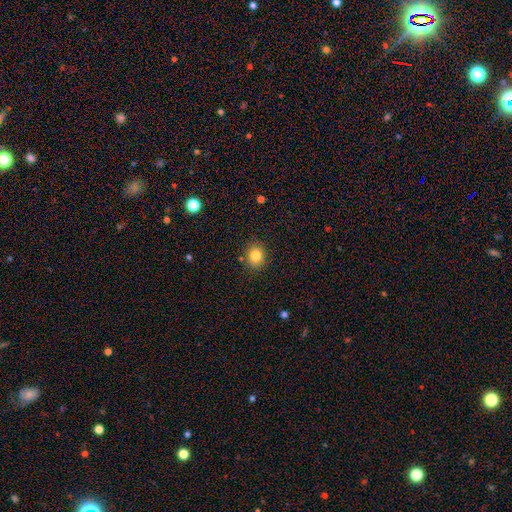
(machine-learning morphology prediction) smooth_or_featured: smooth (p=0.82) [alt: star or artifact p=0.11]
how_rounded: round (p=0.70) [alt: in between p=0.29]
merging: none (p=0.87) [alt: minor disturbance p=0.09]